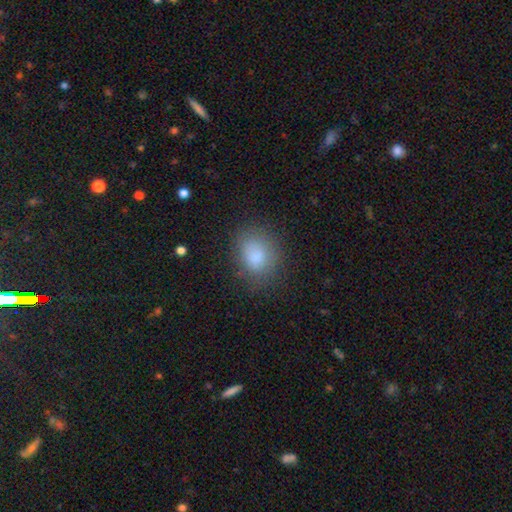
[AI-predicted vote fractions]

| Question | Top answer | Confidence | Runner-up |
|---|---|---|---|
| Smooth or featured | smooth | 83% | star or artifact (9%) |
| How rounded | in between | 53% | round (46%) |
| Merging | none | 74% | minor disturbance (17%) |